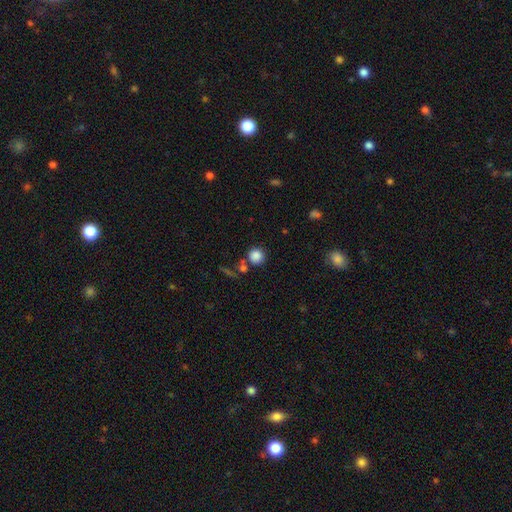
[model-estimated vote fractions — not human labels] Overall: smooth (84%). How rounded: round (91%). Merging: none (73%).